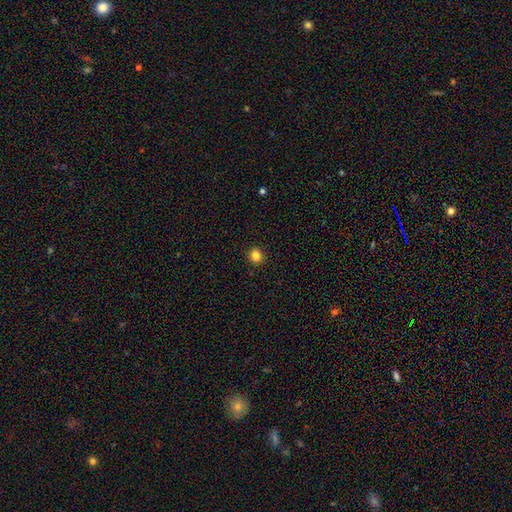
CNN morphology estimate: Smooth or featured?
  - smooth: 83% *
  - star or artifact: 12%
  - featured or disk: 4%
How rounded?
  - round: 92% *
  - in between: 7%
  - cigar-shaped: 1%
Merging?
  - none: 93% *
  - minor disturbance: 4%
  - major disturbance: 2%
  - merger: 1%